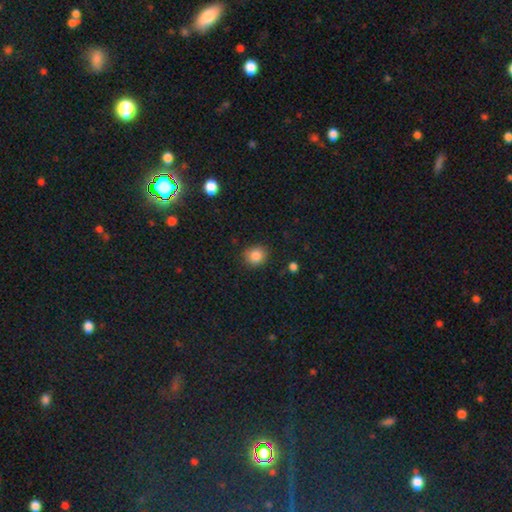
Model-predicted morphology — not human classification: A smooth galaxy with no disk features (85%) that is round (79%). Merging: none (85%).